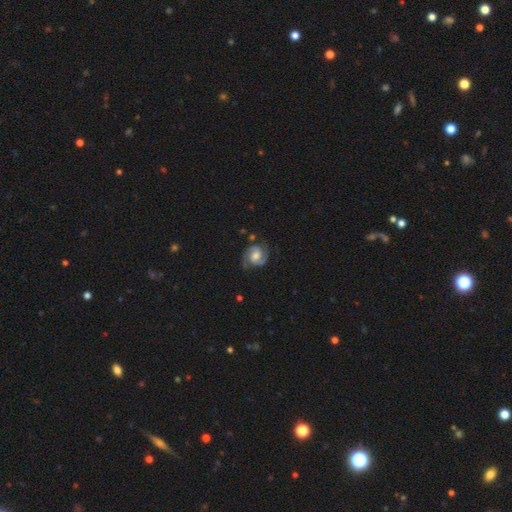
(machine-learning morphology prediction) smooth-or-featured: featured or disk: 87% | smooth: 8% | star or artifact: 5%
  disk-edge-on: no: 98% | yes: 2%
    bar: no: 49% | weak: 41% | strong: 10%
    has-spiral-arms: yes: 98% | no: 2%
      spiral-winding: medium: 51% | tight: 38% | loose: 11%
      spiral-arm-count: 2: 90% | can't tell: 3% | 3: 3% | 1: 1% | 4: 1% | more than 4: 1%
    bulge-size: moderate: 58% | small: 23% | large: 12% | none: 6% | dominant: 1%
  merging: none: 77% | minor disturbance: 16% | major disturbance: 5% | merger: 2%